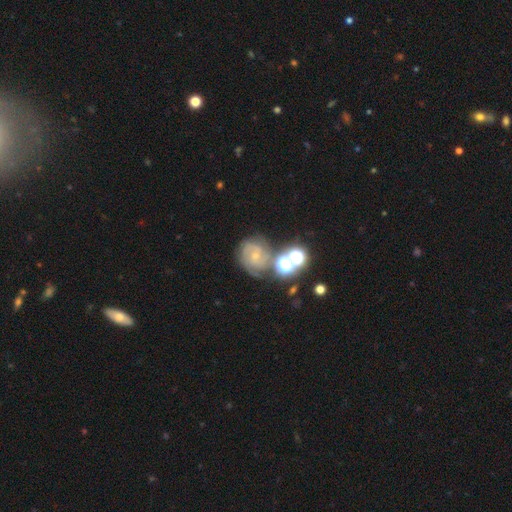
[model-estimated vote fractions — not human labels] Overall: featured or disk (68%). Edge-on disk: no (98%). Bar: no (56%; weak 35%). Spiral arms: yes (93%). Spiral arm count: 2 (37%; 3 28%). Spiral winding: tight (58%; medium 35%). Bulge size: small (68%). Merging: none (57%; minor disturbance 17%).